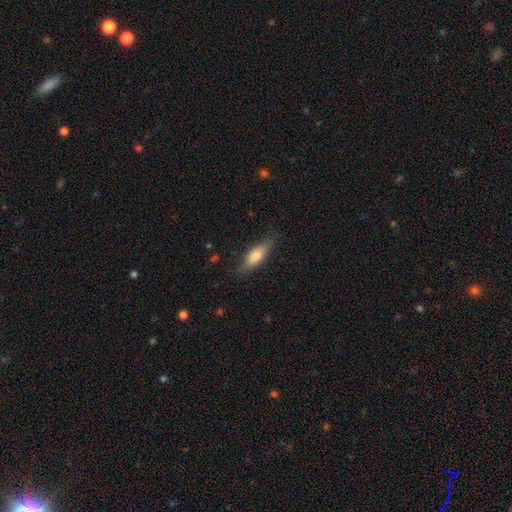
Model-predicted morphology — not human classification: Q: Smooth or featured?
A: smooth (72%); runner-up: featured or disk (22%)
Q: How rounded?
A: in between (54%); runner-up: cigar-shaped (44%)
Q: Merging?
A: none (80%); runner-up: minor disturbance (15%)